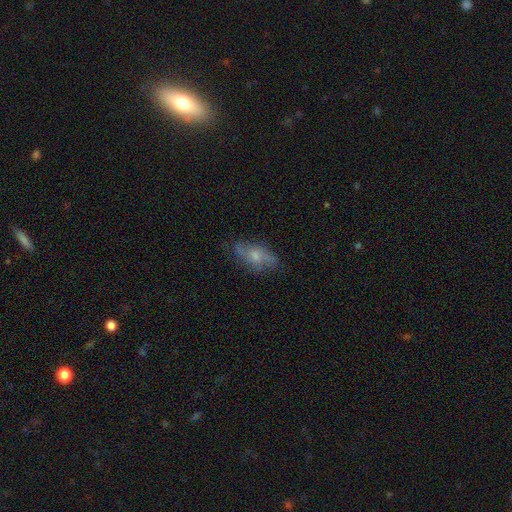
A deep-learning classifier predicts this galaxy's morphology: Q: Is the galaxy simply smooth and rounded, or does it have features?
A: featured or disk — 50%.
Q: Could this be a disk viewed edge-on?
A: no — 79%.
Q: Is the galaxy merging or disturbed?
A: none — 70%.